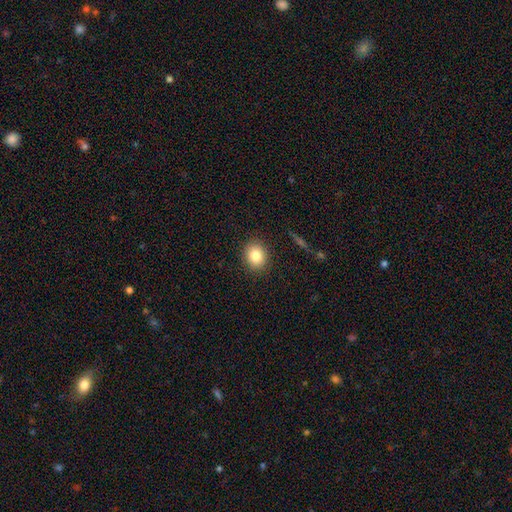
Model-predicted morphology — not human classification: smooth_or_featured: smooth (p=0.83) [alt: star or artifact p=0.10]
how_rounded: round (p=0.59) [alt: in between p=0.40]
merging: none (p=0.89) [alt: minor disturbance p=0.08]